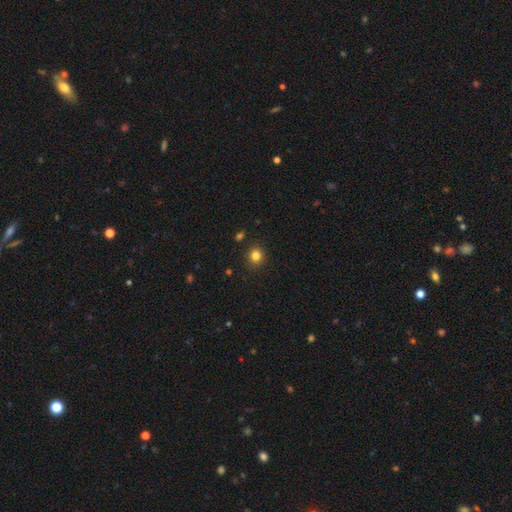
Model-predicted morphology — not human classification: smooth-or-featured: smooth: 82% | star or artifact: 13% | featured or disk: 5%
  how-rounded: round: 85% | in between: 14% | cigar-shaped: 1%
  merging: none: 89% | minor disturbance: 7% | major disturbance: 2% | merger: 2%